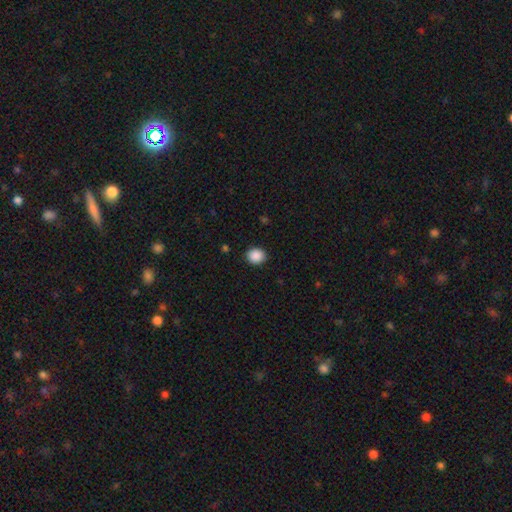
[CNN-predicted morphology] Smooth or featured: smooth — 89% (star or artifact — 9%)
How rounded: round — 73% (in between — 26%)
Merging: none — 90% (minor disturbance — 7%)